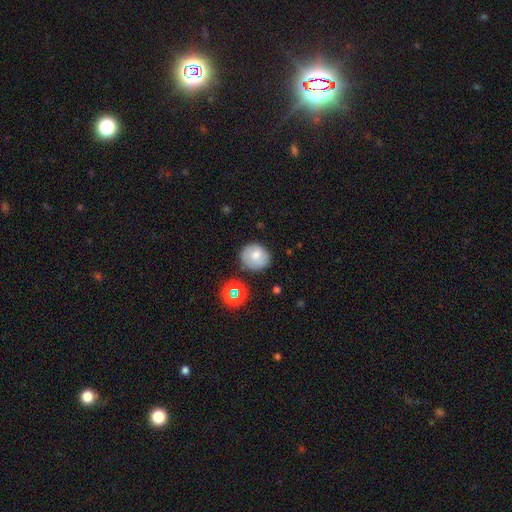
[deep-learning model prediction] This is likely a smooth galaxy (67%). How rounded: clearly round (80%). Merging: likely none (75%).